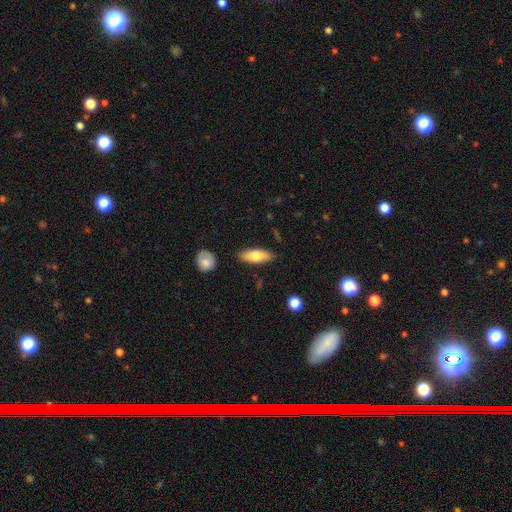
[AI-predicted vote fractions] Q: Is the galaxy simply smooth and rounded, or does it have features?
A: smooth — 72%.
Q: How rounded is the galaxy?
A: in between — 67%.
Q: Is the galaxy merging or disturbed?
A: none — 85%.